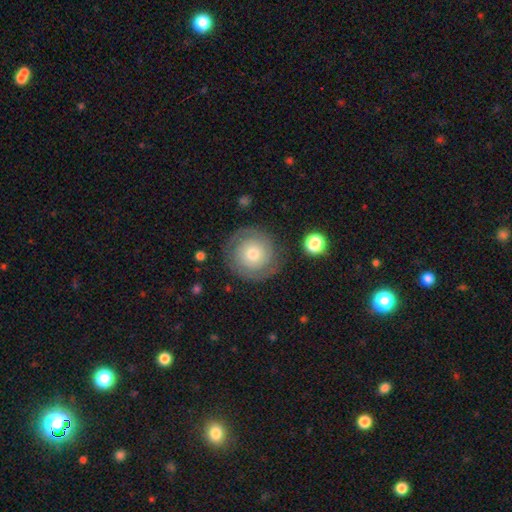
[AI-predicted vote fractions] This appears to be a featured or disk galaxy (55%) with no bar (84%), spiral arms (81%) and a moderate central bulge (53%). Merging: none (82%).